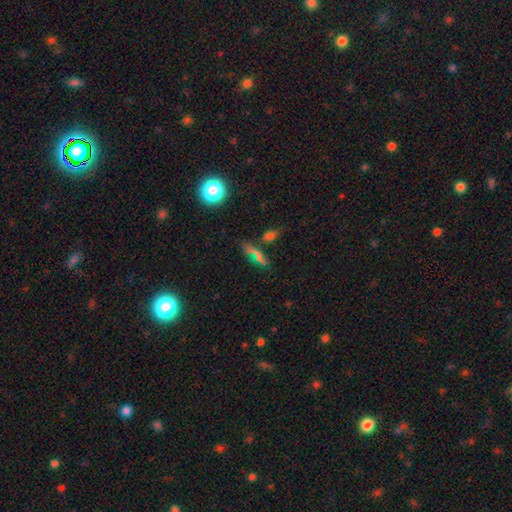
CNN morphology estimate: type=smooth (55%); roundness=in between (50%); merging=none (65%).